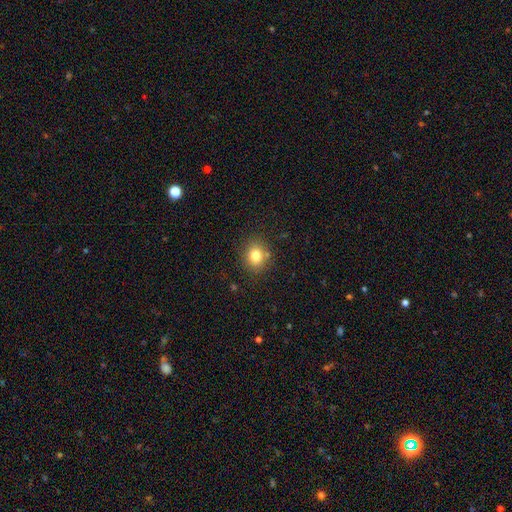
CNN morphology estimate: Smooth or featured?
  - smooth: 79% *
  - star or artifact: 12%
  - featured or disk: 9%
How rounded?
  - round: 74% *
  - in between: 25%
  - cigar-shaped: 1%
Merging?
  - none: 82% *
  - minor disturbance: 10%
  - merger: 4%
  - major disturbance: 3%